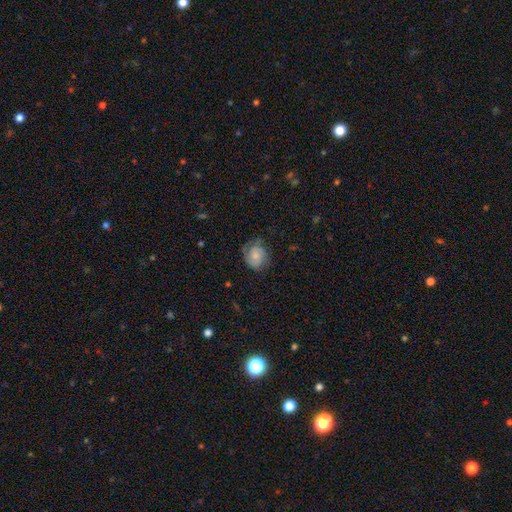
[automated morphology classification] The model was most divided on "bulge size": small: 50%, moderate: 35%, none: 9%, large: 4%, dominant: 1%. More confident: edge-on disk — no (98%); spiral arms — yes (92%); bar — no (71%); smooth or featured — featured or disk (63%); merging — none (62%); spiral arm count — 2 (58%); spiral winding — tight (52%).